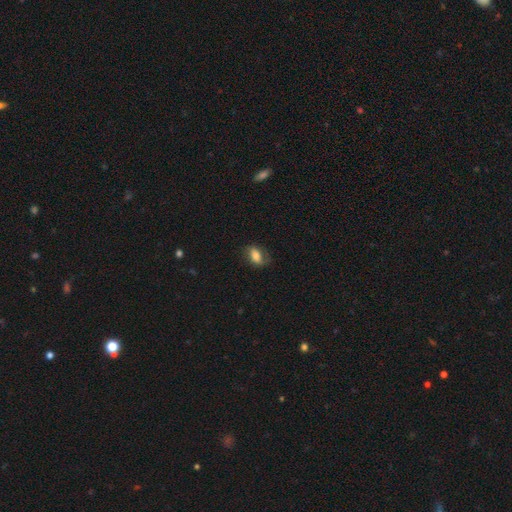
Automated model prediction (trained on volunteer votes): smooth-or-featured: smooth: 60% | featured or disk: 31% | star or artifact: 8%
  how-rounded: in between: 84% | round: 12% | cigar-shaped: 4%
  merging: none: 66% | minor disturbance: 23% | major disturbance: 10% | merger: 1%